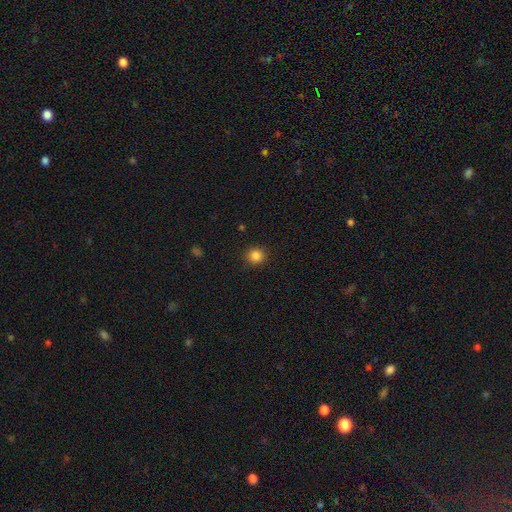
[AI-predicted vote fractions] smooth-or-featured: smooth: 85% | star or artifact: 11% | featured or disk: 4%
  how-rounded: round: 90% | in between: 9% | cigar-shaped: 1%
  merging: none: 91% | minor disturbance: 6% | major disturbance: 2% | merger: 1%